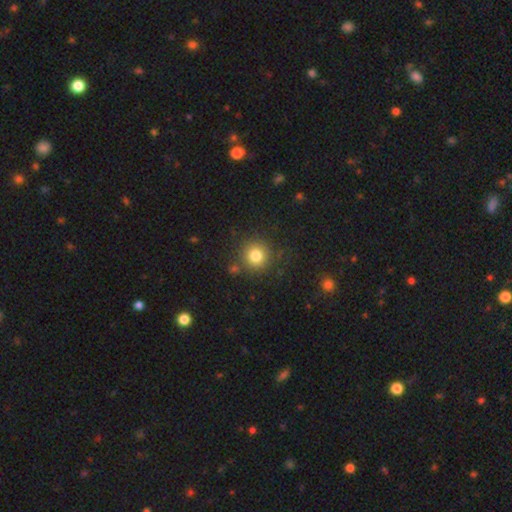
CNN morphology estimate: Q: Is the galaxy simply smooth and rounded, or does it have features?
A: smooth — 81%.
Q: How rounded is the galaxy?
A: round — 93%.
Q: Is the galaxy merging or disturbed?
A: none — 86%.